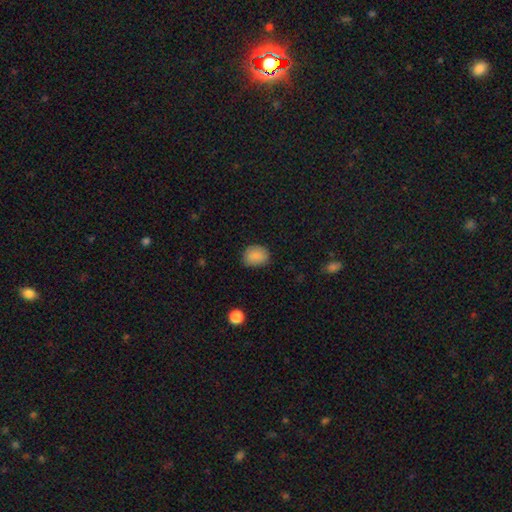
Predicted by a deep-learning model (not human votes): Q: Smooth or featured?
A: smooth (86%); runner-up: star or artifact (9%)
Q: How rounded?
A: in between (53%); runner-up: round (46%)
Q: Merging?
A: none (78%); runner-up: minor disturbance (18%)